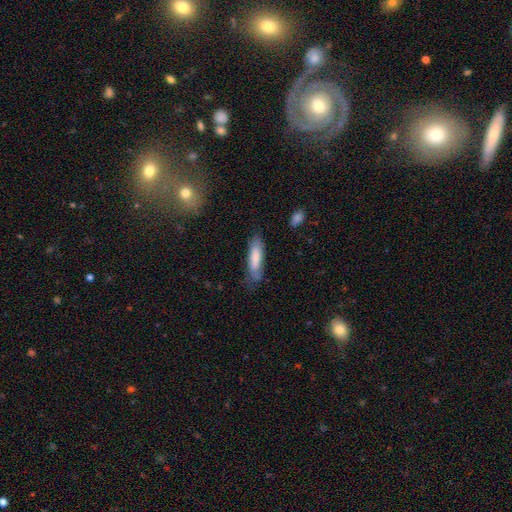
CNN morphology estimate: smooth-or-featured: smooth: 71% | featured or disk: 22% | star or artifact: 7%
  how-rounded: cigar-shaped: 68% | in between: 30% | round: 2%
  merging: none: 70% | minor disturbance: 22% | major disturbance: 6% | merger: 2%